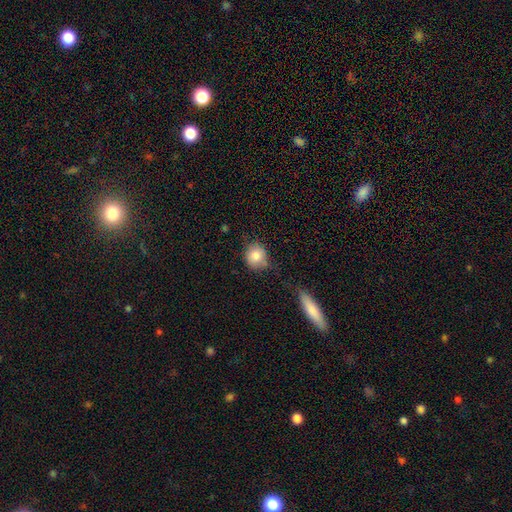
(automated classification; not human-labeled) This is clearly a smooth galaxy (83%). How rounded: clearly round (80%). Merging: likely none (67%).